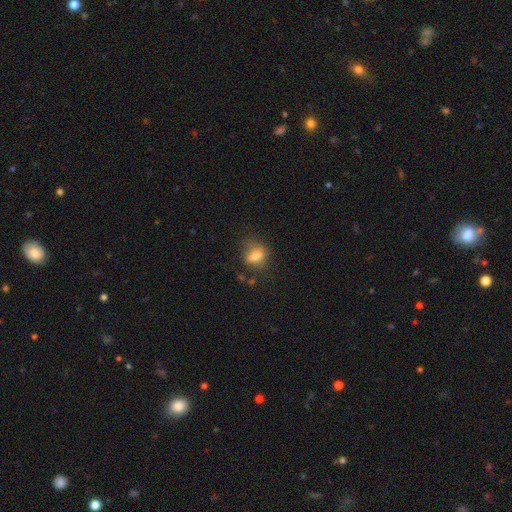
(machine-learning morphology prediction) Smooth or featured?
  - smooth: 70% *
  - featured or disk: 18%
  - star or artifact: 11%
How rounded?
  - in between: 64% *
  - round: 24%
  - cigar-shaped: 12%
Merging?
  - none: 64% *
  - minor disturbance: 21%
  - major disturbance: 11%
  - merger: 4%